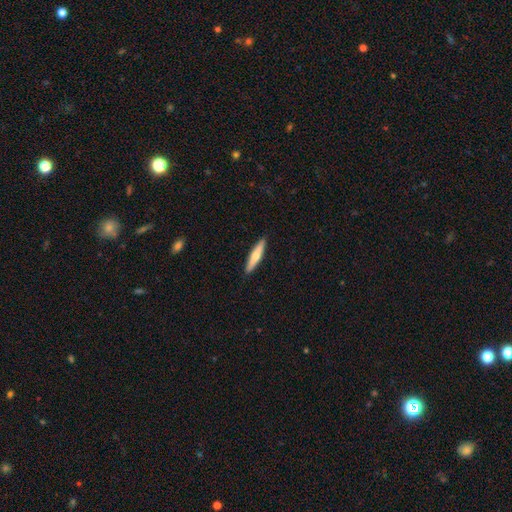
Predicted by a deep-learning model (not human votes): Smooth or featured? smooth (54%)
How rounded? cigar-shaped (88%)
Merging? none (91%)